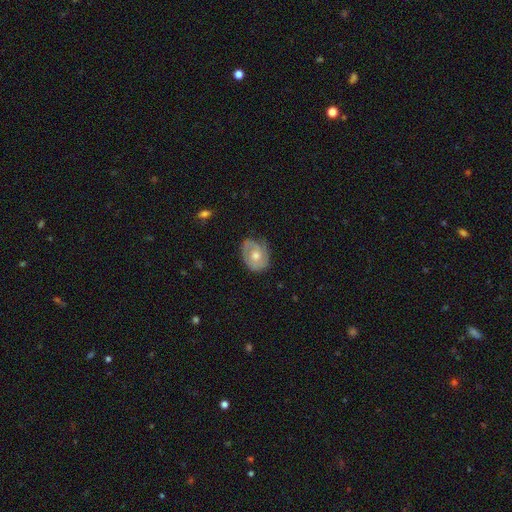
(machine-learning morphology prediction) This appears to be a featured or disk galaxy (63%) with no bar (77%), spiral arms (74%) and a moderate central bulge (75%). Merging: none (71%).